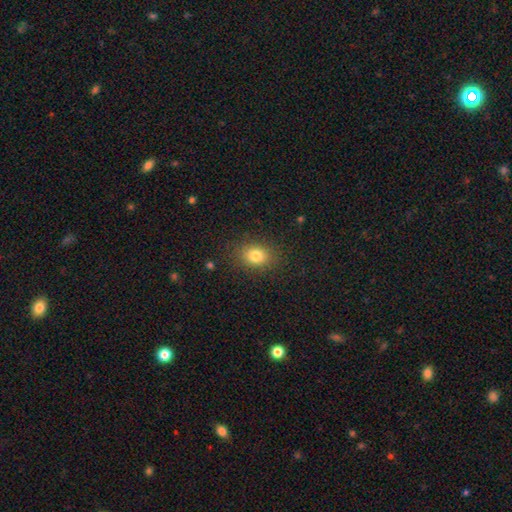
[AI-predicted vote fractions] smooth_or_featured: smooth (p=0.81) [alt: star or artifact p=0.12]
how_rounded: in between (p=0.52) [alt: round p=0.47]
merging: none (p=0.86) [alt: minor disturbance p=0.09]